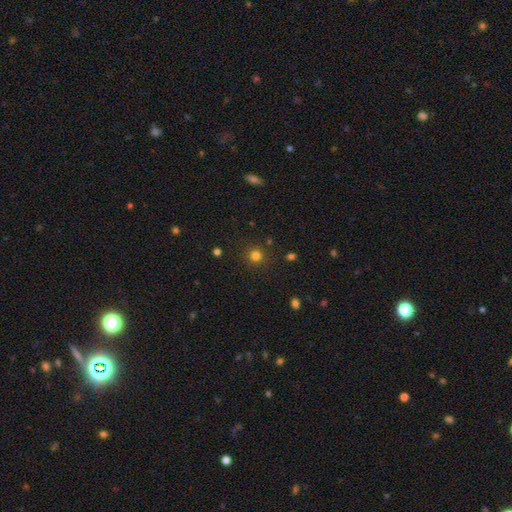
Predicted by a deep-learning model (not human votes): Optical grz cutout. It shows a smooth galaxy with no disk features (78%) that is round (93%). Merging: none (88%).